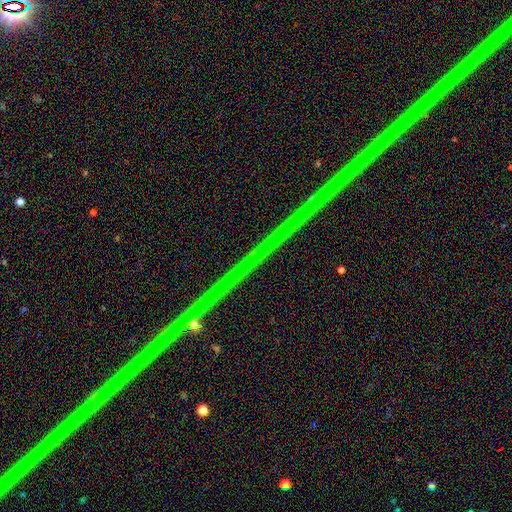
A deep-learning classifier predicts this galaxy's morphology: Smooth or featured?
  - star or artifact: 88% *
  - featured or disk: 8%
  - smooth: 4%